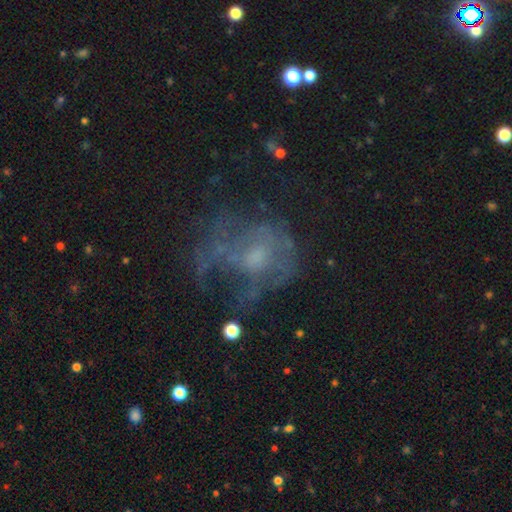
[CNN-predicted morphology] Smooth or featured: featured or disk — 57% (smooth — 22%)
Edge-on disk: no — 97% (yes — 3%)
Bar: no — 75% (weak — 22%)
Spiral arms: no — 56% (yes — 44%)
Bulge size: small — 40% (moderate — 34%)
Merging: none — 41% (major disturbance — 36%)